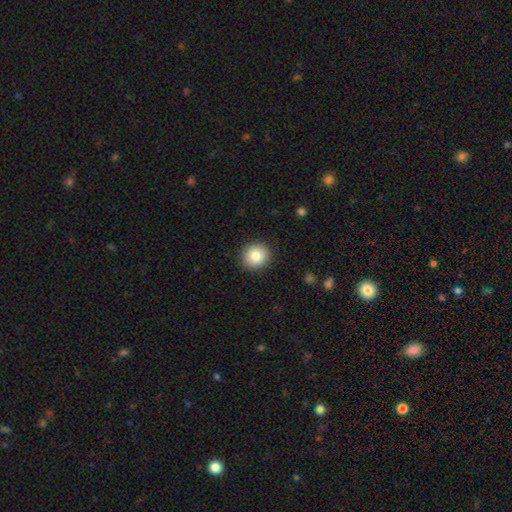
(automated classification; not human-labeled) Morphology: type=smooth (83%); roundness=round (87%); merging=none (91%).